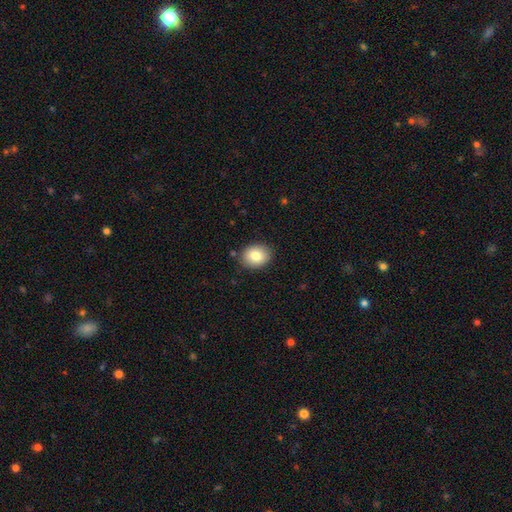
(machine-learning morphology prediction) Smooth or featured? smooth (82%)
How rounded? round (52%)
Merging? none (87%)